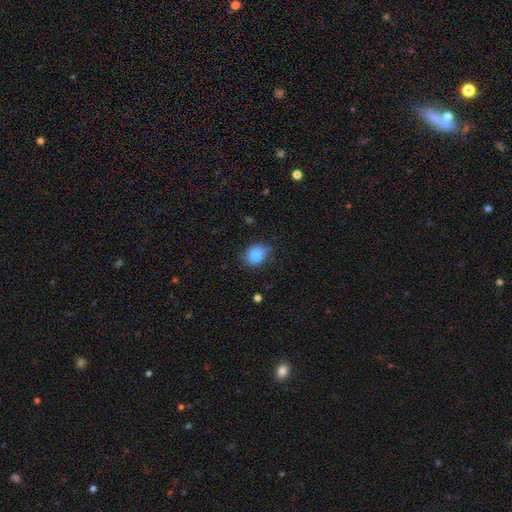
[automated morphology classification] This appears to be a smooth galaxy with no disk features (82%) that is round (67%). Merging: none (78%).